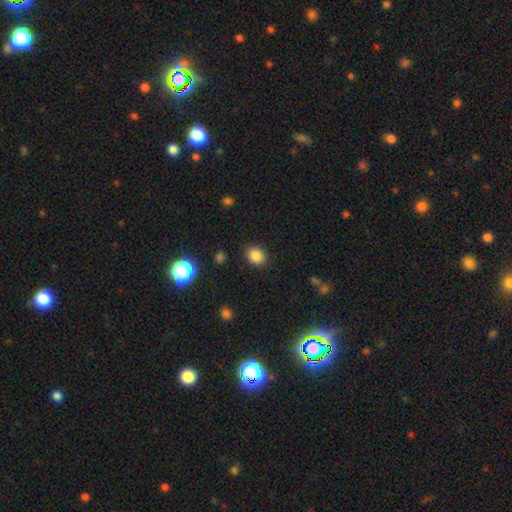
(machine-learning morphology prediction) Overall: smooth (85%). How rounded: round (53%; in between 46%). Merging: none (88%).